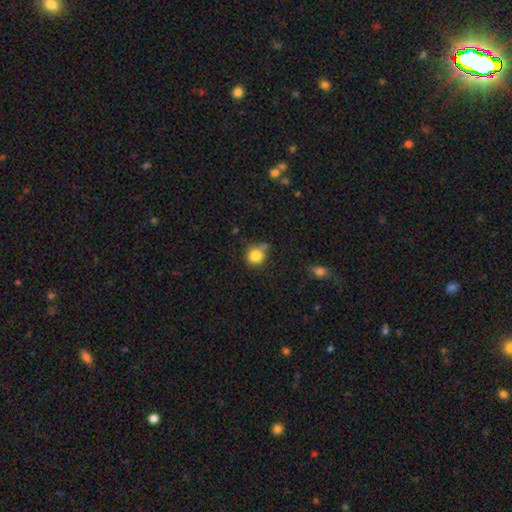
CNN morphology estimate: This appears to be a smooth galaxy with no disk features (83%) that is round (87%). Merging: none (62%).